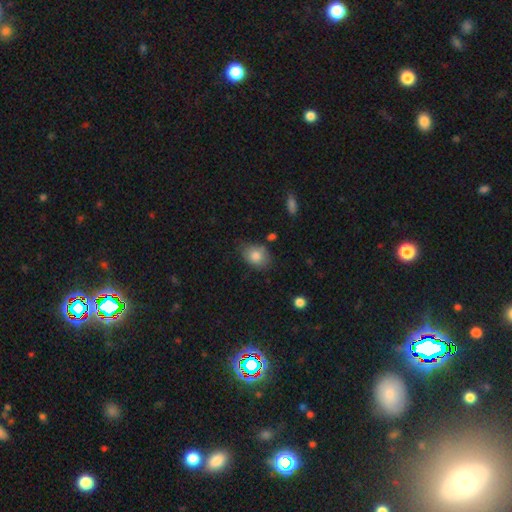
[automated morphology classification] Q: Smooth or featured?
A: smooth (82%); runner-up: featured or disk (10%)
Q: How rounded?
A: in between (67%); runner-up: round (32%)
Q: Merging?
A: none (65%); runner-up: minor disturbance (25%)